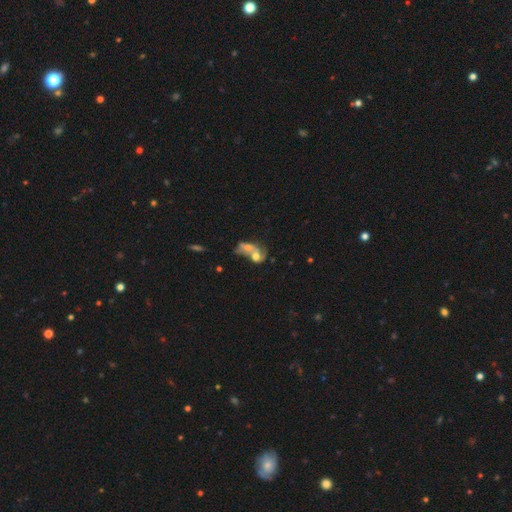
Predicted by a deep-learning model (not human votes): This is possibly a featured or disk galaxy (49%). Merging: likely merger (73%).